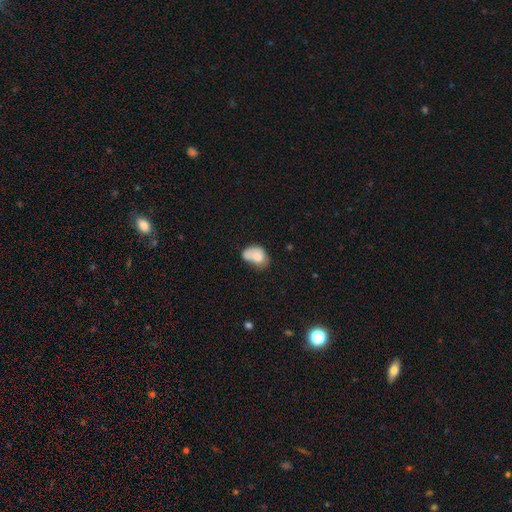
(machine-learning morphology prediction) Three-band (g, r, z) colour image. It shows a smooth galaxy with no disk features (72%) that is in between round and cigar-shaped (74%). Merging: minor disturbance (28%).